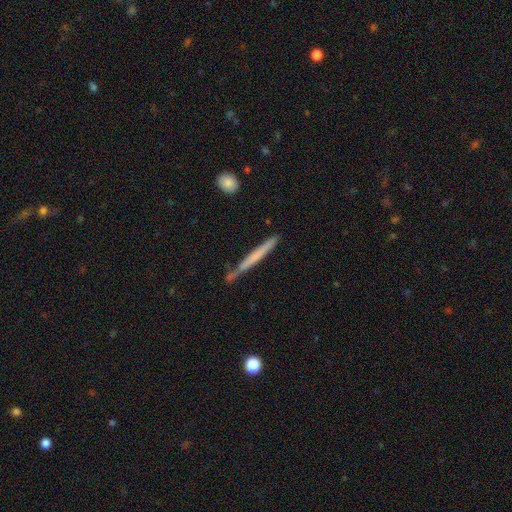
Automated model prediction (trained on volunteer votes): Morphology: type=smooth (51%); roundness=cigar-shaped (97%); merging=none (73%).